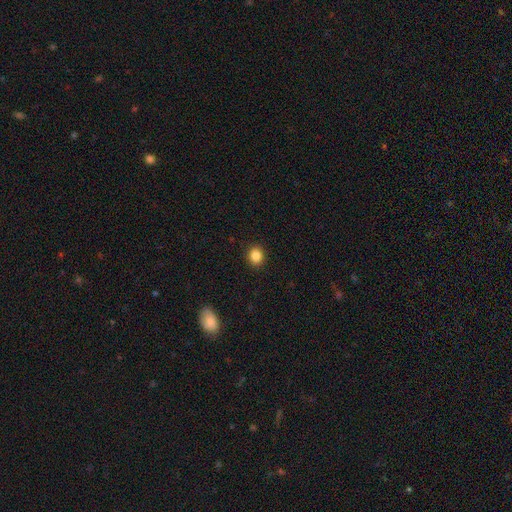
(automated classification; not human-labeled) smooth_or_featured: smooth (p=0.86) [alt: star or artifact p=0.10]
how_rounded: round (p=0.70) [alt: in between p=0.29]
merging: none (p=0.91) [alt: minor disturbance p=0.06]